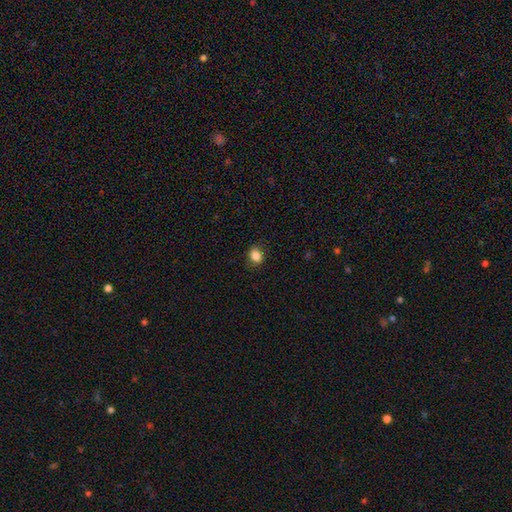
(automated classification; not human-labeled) Smooth or featured? smooth (86%)
How rounded? round (50%)
Merging? none (82%)